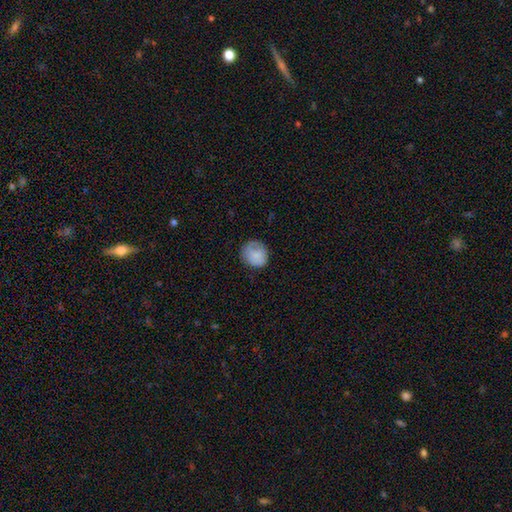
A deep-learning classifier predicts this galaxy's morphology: Smooth or featured? smooth (81%)
How rounded? round (83%)
Merging? none (73%)